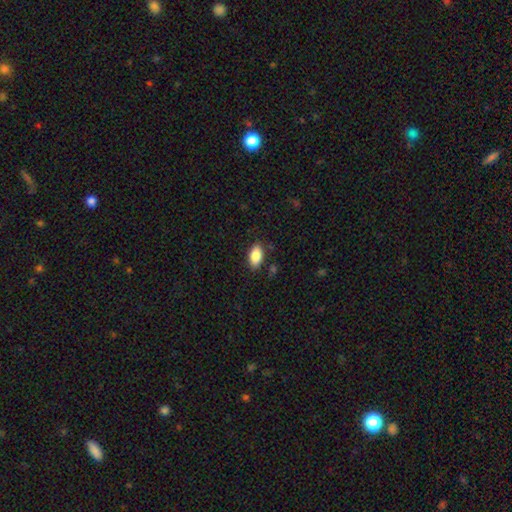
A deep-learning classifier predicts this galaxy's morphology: type=smooth (86%); roundness=in between (92%); merging=none (85%).